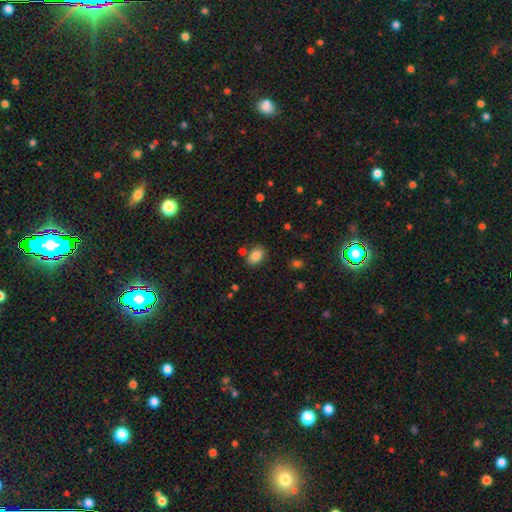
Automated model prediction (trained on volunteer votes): This appears to be a smooth galaxy with no disk features (84%) that is in between round and cigar-shaped (82%). Merging: none (76%).